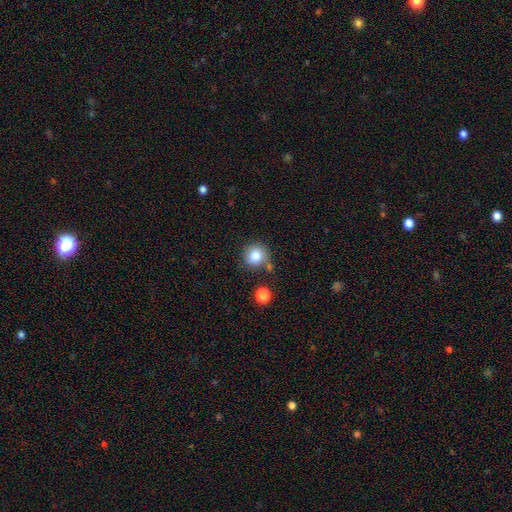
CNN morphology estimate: Smooth or featured: smooth — 82% (star or artifact — 10%)
How rounded: round — 89% (in between — 10%)
Merging: none — 71% (minor disturbance — 15%)